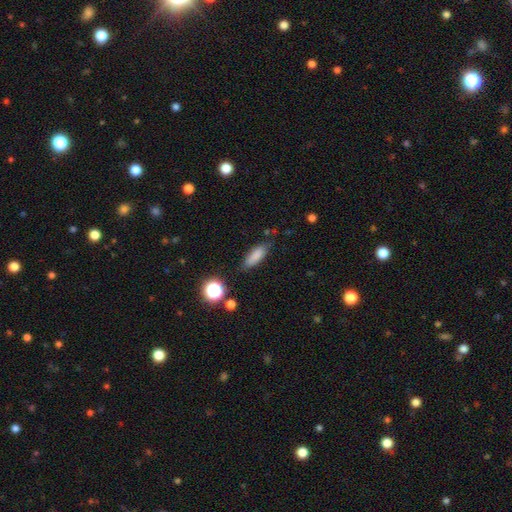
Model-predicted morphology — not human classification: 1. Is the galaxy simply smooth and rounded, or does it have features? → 82% smooth, 10% star or artifact, 8% featured or disk.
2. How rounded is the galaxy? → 56% in between, 41% cigar-shaped, 4% round.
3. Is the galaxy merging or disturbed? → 78% none, 16% minor disturbance, 4% major disturbance, 3% merger.